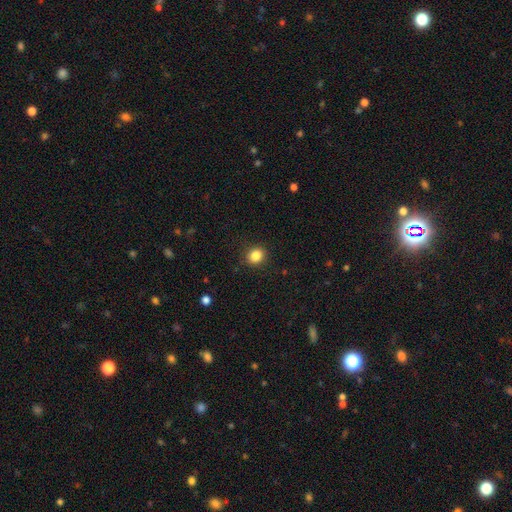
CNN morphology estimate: type=smooth (85%); roundness=round (69%); merging=none (89%).